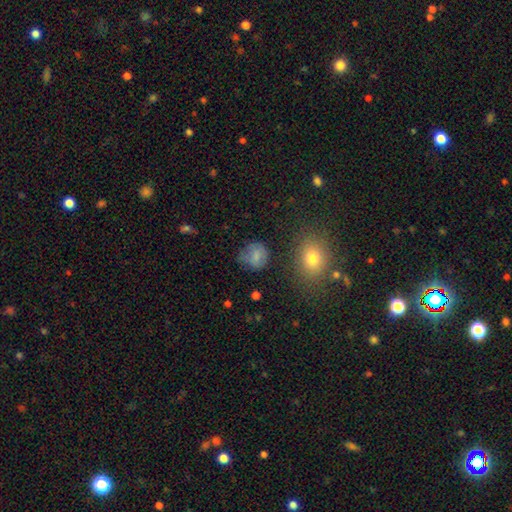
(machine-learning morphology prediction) The model was most divided on "merging": none: 65%, minor disturbance: 22%, major disturbance: 10%, merger: 4%. More confident: smooth or featured — smooth (77%); how rounded — round (75%).